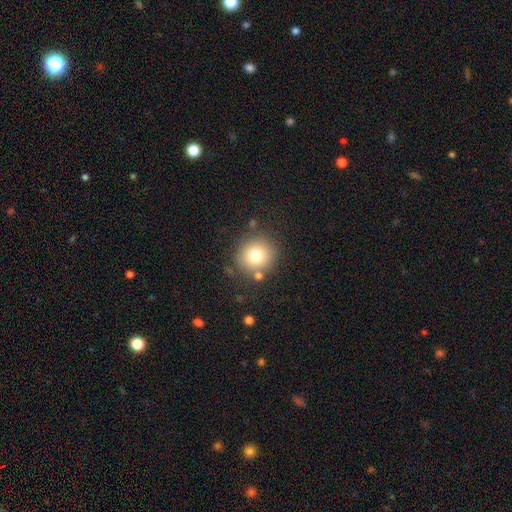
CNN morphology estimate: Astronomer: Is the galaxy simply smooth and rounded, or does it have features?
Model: smooth — 77%.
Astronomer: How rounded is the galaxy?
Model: round — 90%.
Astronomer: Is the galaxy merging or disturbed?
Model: none — 80%.